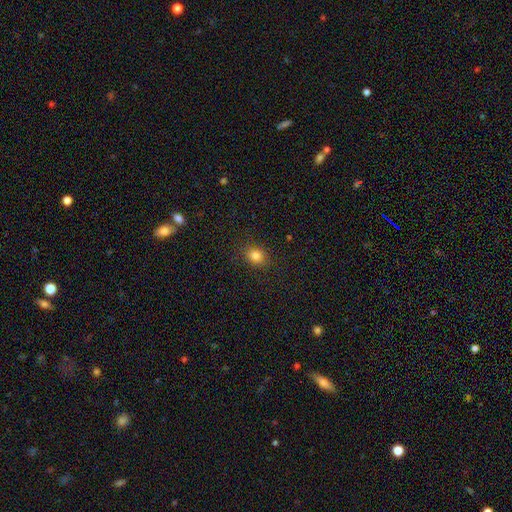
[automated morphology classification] type=smooth (83%); roundness=round (54%); merging=none (87%).